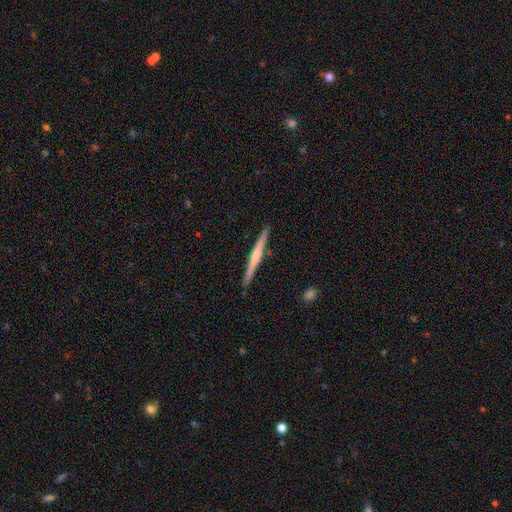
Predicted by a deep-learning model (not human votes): smooth-or-featured: featured or disk: 67% | smooth: 27% | star or artifact: 5%
  disk-edge-on: yes: 98% | no: 2%
    edge-on-bulge: rounded: 63% | none: 24% | boxy: 12%
  merging: none: 91% | minor disturbance: 7% | major disturbance: 1% | merger: 1%